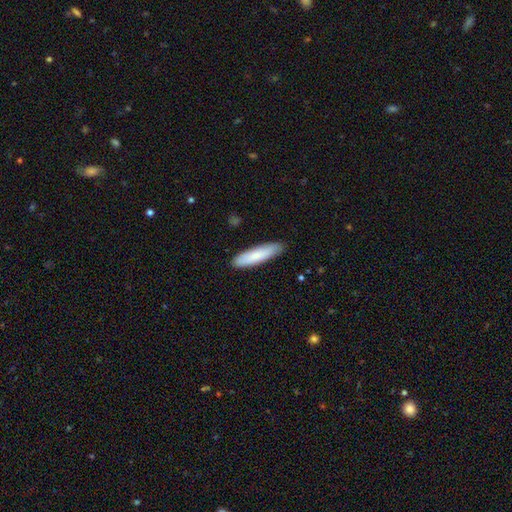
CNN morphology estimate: Smooth or featured: smooth — 82% (featured or disk — 13%)
How rounded: cigar-shaped — 75% (in between — 24%)
Merging: none — 89% (minor disturbance — 9%)